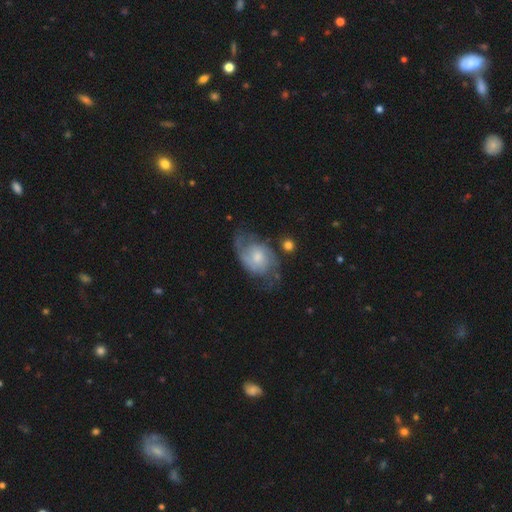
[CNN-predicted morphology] The model was most divided on "bulge size": moderate: 45%, small: 40%, large: 7%, none: 6%, dominant: 2%. Remaining: edge-on disk — no (97%); spiral arms — yes (92%); spiral arm count — 2 (78%); smooth or featured — featured or disk (76%); bar — no (67%); merging — none (59%); spiral winding — medium (46%).